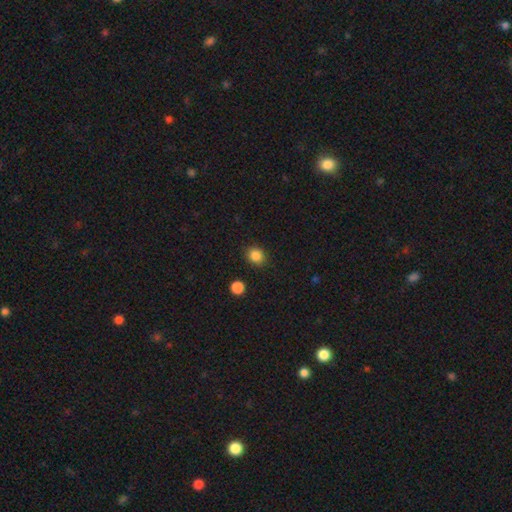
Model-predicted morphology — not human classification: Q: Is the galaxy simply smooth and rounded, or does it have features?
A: smooth — 85%.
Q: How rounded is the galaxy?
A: round — 75%.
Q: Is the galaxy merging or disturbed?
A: none — 87%.